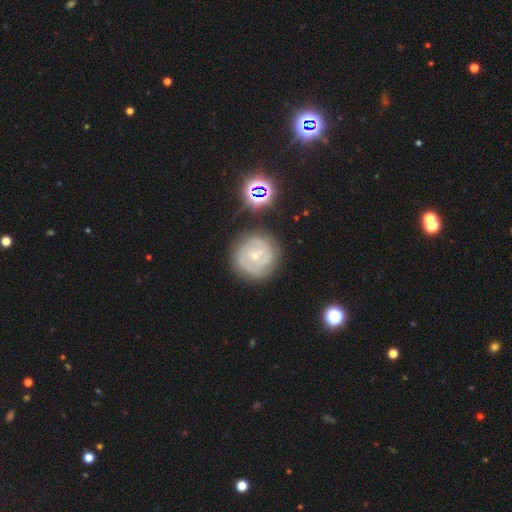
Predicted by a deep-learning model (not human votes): This appears to be a featured or disk galaxy (74%) with no bar (68%), 2 (43%) tight (72%) spiral arms (87%) and a small central bulge (74%). Merging: none (79%).